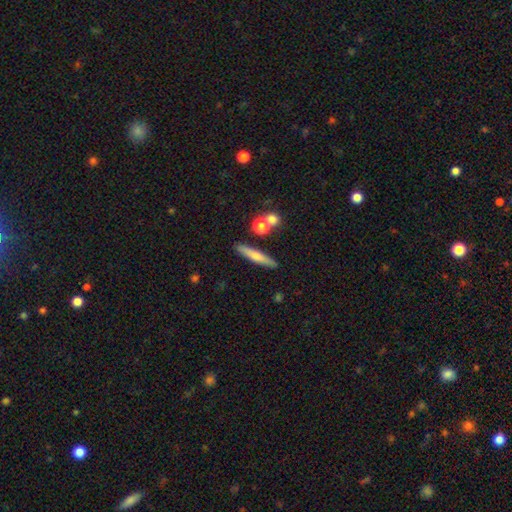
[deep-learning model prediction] smooth_or_featured: smooth (p=0.58) [alt: featured or disk p=0.35]
how_rounded: cigar-shaped (p=0.89) [alt: in between p=0.08]
merging: none (p=0.84) [alt: minor disturbance p=0.08]